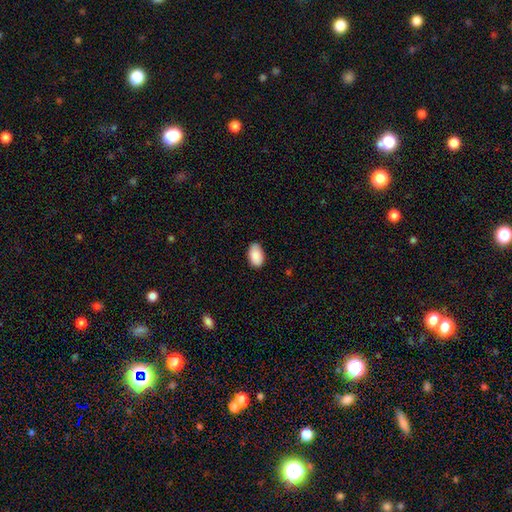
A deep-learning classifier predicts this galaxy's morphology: smooth 90%, star or artifact 6%, featured or disk 4%. Down the decision tree: how rounded — in between (94%); merging — none (84%).